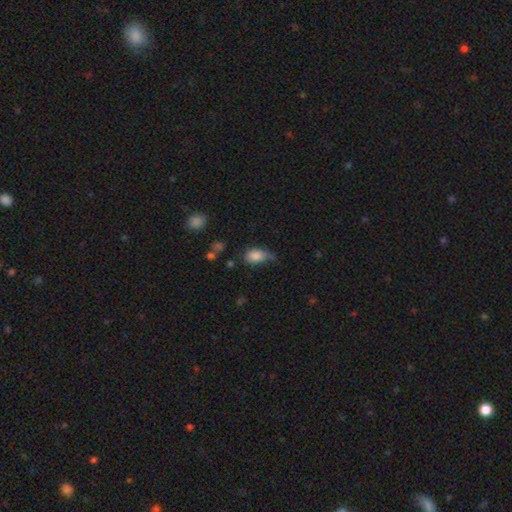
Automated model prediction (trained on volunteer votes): This is clearly a smooth galaxy (82%). How rounded: clearly in between (86%). Merging: marginally minor disturbance (41%).